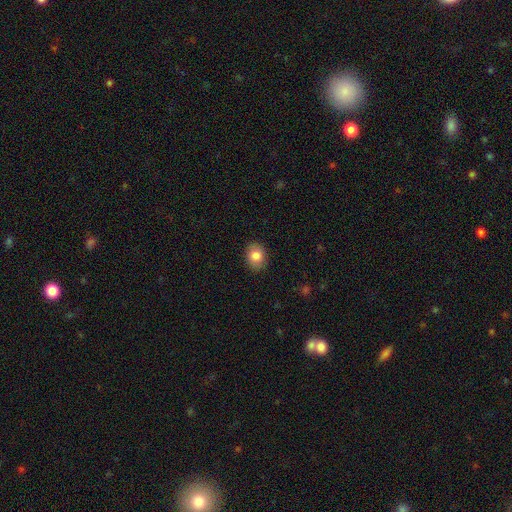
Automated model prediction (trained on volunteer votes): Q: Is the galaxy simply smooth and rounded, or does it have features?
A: smooth — 83%.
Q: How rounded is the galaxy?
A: in between — 51%.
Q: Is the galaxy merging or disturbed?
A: none — 88%.